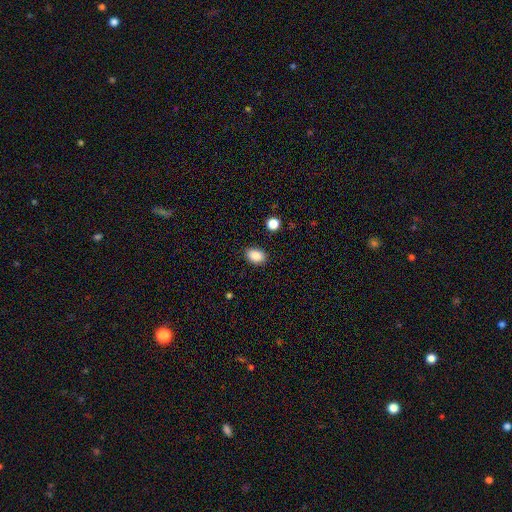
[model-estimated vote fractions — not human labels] Smooth or featured: smooth — 88% (star or artifact — 8%)
How rounded: in between — 78% (round — 21%)
Merging: none — 87% (minor disturbance — 9%)